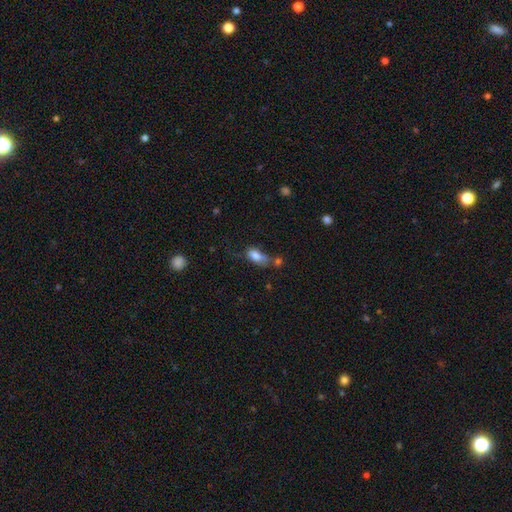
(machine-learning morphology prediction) Q: Smooth or featured?
A: smooth (78%); runner-up: featured or disk (13%)
Q: How rounded?
A: in between (87%); runner-up: round (7%)
Q: Merging?
A: none (36%); runner-up: minor disturbance (26%)